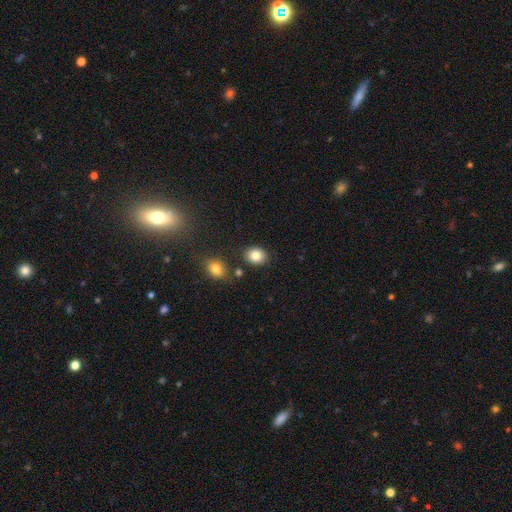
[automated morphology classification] Overall: smooth (85%). How rounded: round (57%; in between 42%). Merging: none (83%).